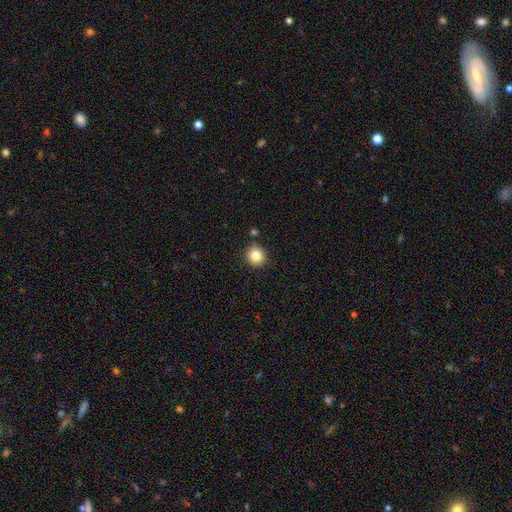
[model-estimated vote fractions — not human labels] Smooth or featured?
  - smooth: 84% *
  - star or artifact: 10%
  - featured or disk: 6%
How rounded?
  - round: 91% *
  - in between: 8%
  - cigar-shaped: 1%
Merging?
  - none: 85% *
  - minor disturbance: 9%
  - merger: 4%
  - major disturbance: 2%